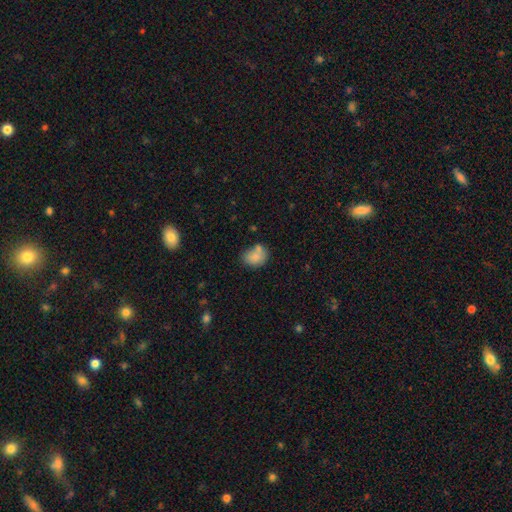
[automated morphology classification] Overall: smooth (79%). How rounded: in between (56%; round 43%). Merging: none (48%; merger 25%).